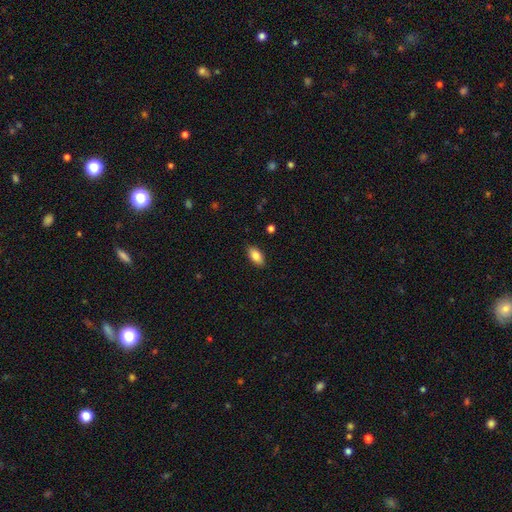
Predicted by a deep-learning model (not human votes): Smooth or featured? smooth (83%)
How rounded? in between (90%)
Merging? none (87%)